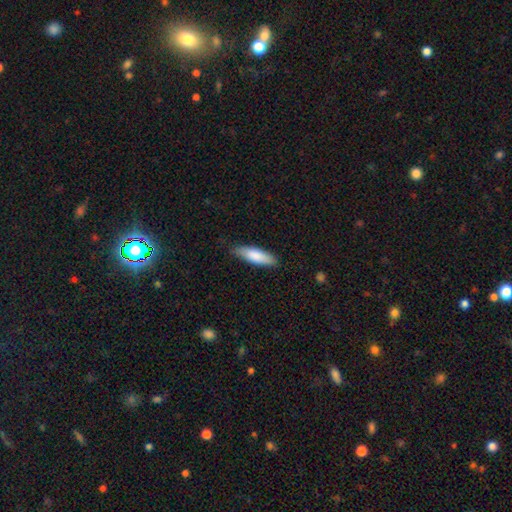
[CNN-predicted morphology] Smooth or featured? Predicted: smooth (p=0.83). How rounded? Predicted: cigar-shaped (p=0.51). Merging? Predicted: none (p=0.82).